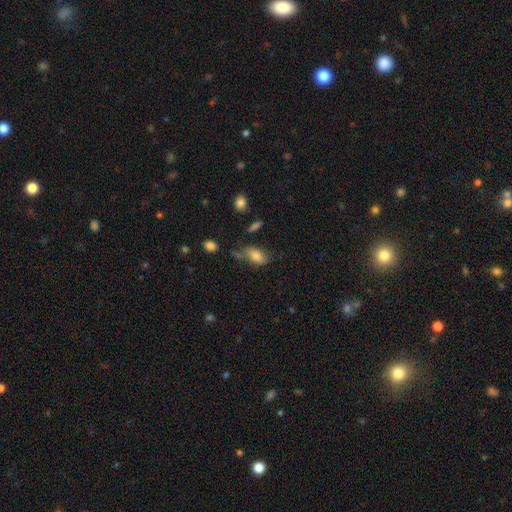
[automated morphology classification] This is likely a smooth galaxy (78%). How rounded: clearly in between (90%). Merging: possibly none (52%).